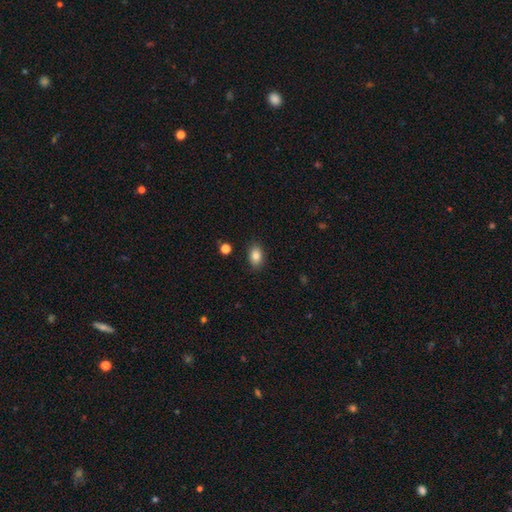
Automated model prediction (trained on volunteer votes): This is clearly a smooth galaxy (85%). How rounded: clearly in between (83%). Merging: clearly none (87%).